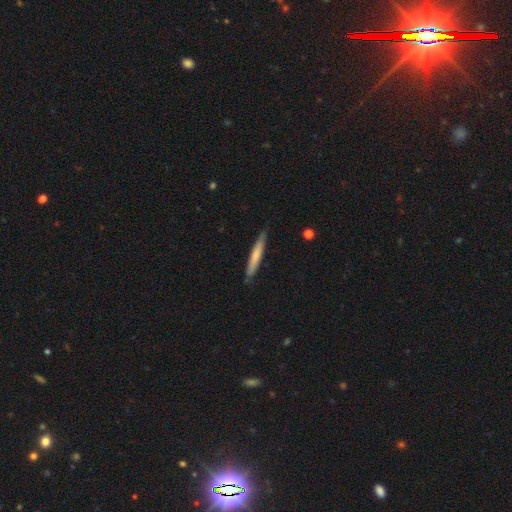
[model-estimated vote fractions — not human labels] A smooth galaxy with no disk features (68%) that is cigar-shaped (95%).

Vote fractions:
- Smooth or featured? smooth: 68% / featured or disk: 28% / star or artifact: 5%
- How rounded? cigar-shaped: 95% / in between: 4% / round: 1%
- Merging? none: 86% / minor disturbance: 11% / major disturbance: 2% / merger: 1%